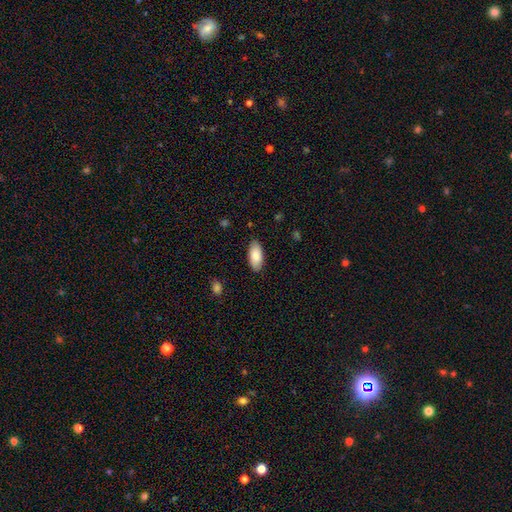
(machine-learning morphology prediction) The model was most divided on "merging": none: 86%, minor disturbance: 10%, major disturbance: 2%, merger: 1%. More confident: how rounded — in between (90%); smooth or featured — smooth (87%).